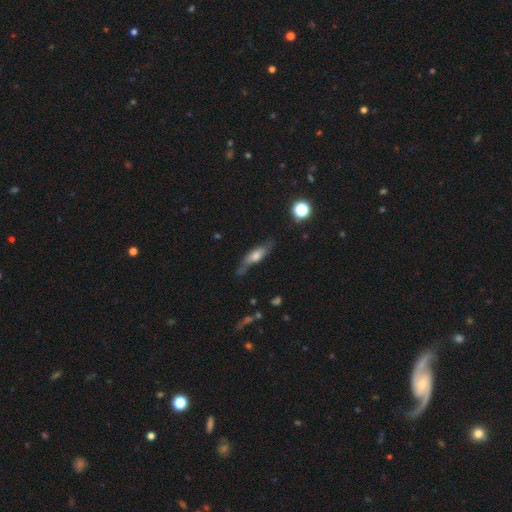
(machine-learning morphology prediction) Q: Smooth or featured?
A: featured or disk (48%); runner-up: smooth (43%)
Q: Merging?
A: none (60%); runner-up: minor disturbance (26%)